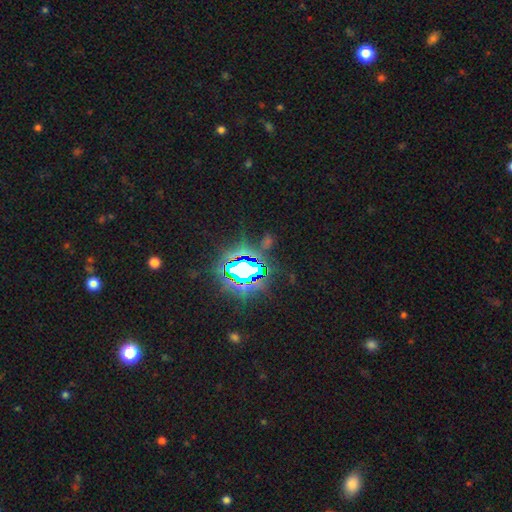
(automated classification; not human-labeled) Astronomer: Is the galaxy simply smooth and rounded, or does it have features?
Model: star or artifact — 84%.